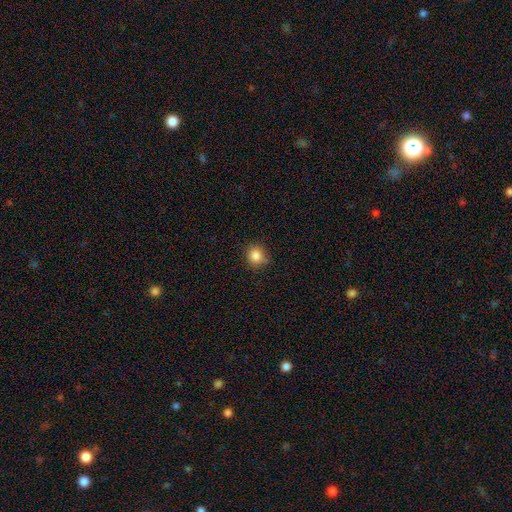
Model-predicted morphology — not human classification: smooth_or_featured: smooth (p=0.85) [alt: star or artifact p=0.11]
how_rounded: round (p=0.88) [alt: in between p=0.11]
merging: none (p=0.81) [alt: minor disturbance p=0.15]